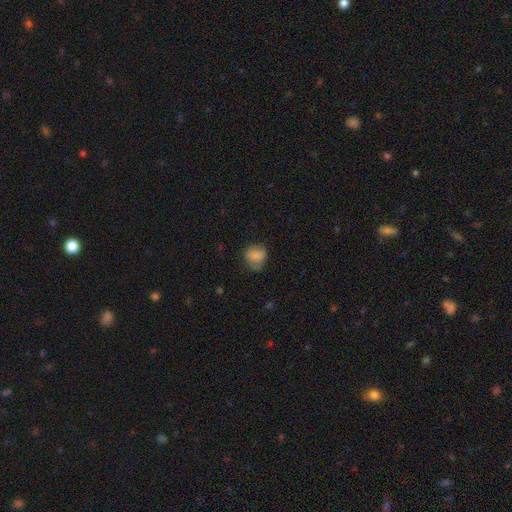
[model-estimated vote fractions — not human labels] Overall: smooth (79%). How rounded: round (67%; in between 32%). Merging: none (58%; minor disturbance 29%).